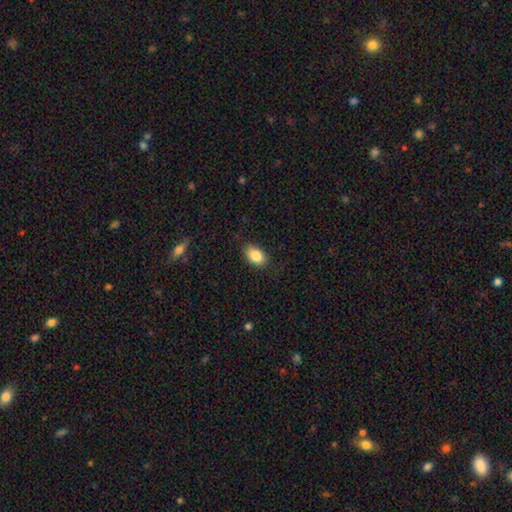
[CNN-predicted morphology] type=smooth (87%); roundness=in between (90%); merging=none (86%).